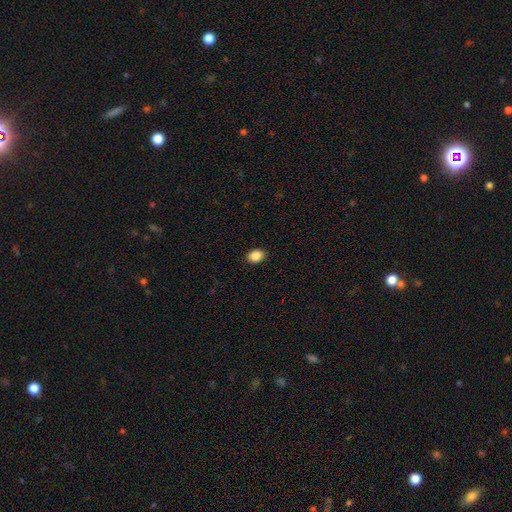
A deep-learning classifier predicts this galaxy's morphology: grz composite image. It shows a smooth galaxy with no disk features (88%) that is in between round and cigar-shaped (63%). Merging: none (90%).